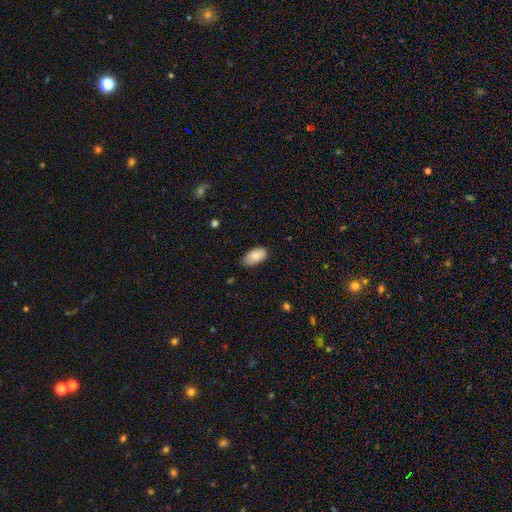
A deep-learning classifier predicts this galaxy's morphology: Smooth or featured?
  - smooth: 82% *
  - featured or disk: 11%
  - star or artifact: 7%
How rounded?
  - in between: 95% *
  - round: 3%
  - cigar-shaped: 2%
Merging?
  - none: 74% *
  - minor disturbance: 22%
  - major disturbance: 3%
  - merger: 1%